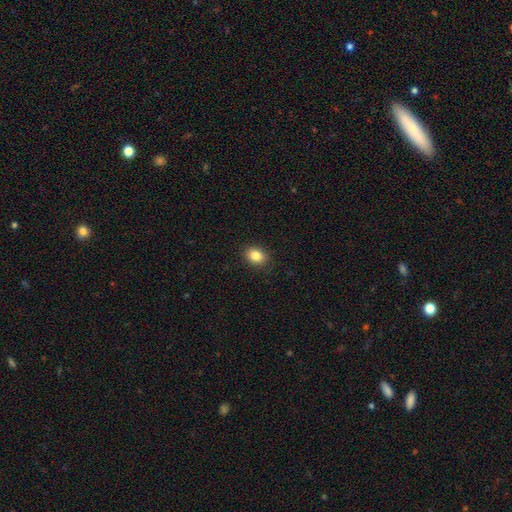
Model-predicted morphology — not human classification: The model was most divided on "how rounded": in between: 65%, round: 34%, cigar-shaped: 1%. More confident: merging — none (89%); smooth or featured — smooth (85%).